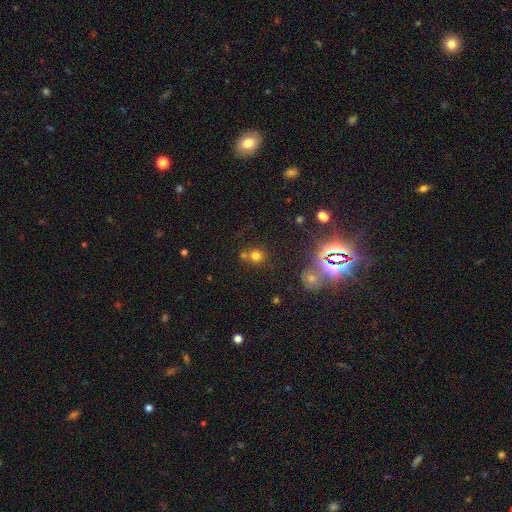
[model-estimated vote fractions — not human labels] Overall: smooth (70%). How rounded: round (89%). Merging: none (63%; merger 23%).